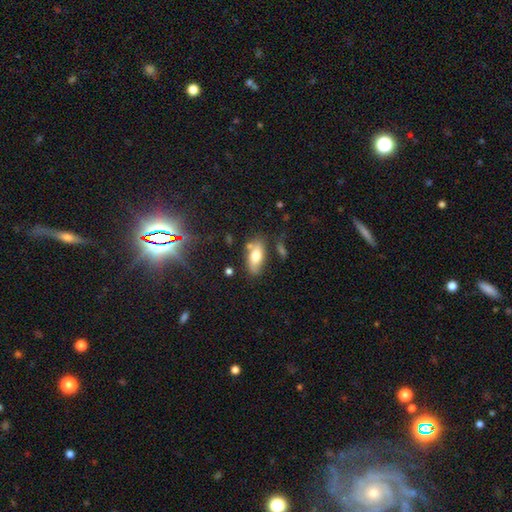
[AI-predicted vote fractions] Morphology: type=smooth (71%); roundness=in between (85%); merging=none (67%).